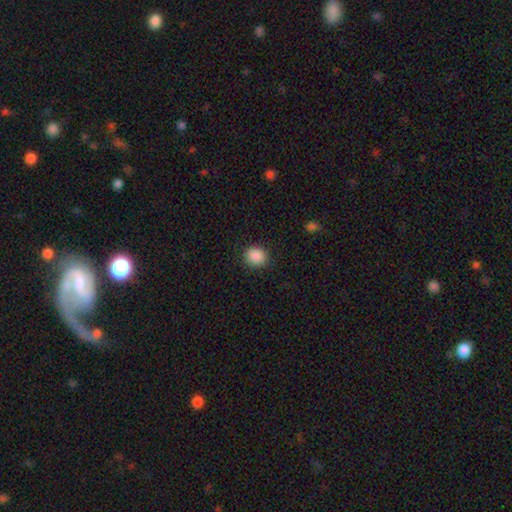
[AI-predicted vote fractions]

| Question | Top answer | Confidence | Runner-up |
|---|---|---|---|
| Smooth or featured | smooth | 89% | star or artifact (9%) |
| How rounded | round | 81% | in between (18%) |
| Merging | none | 90% | minor disturbance (7%) |